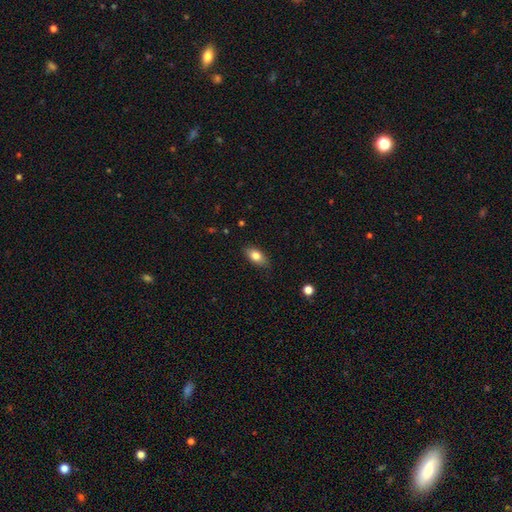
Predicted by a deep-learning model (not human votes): smooth 81%, featured or disk 11%, star or artifact 8%. Down the decision tree: how rounded — in between (88%); merging — none (83%).